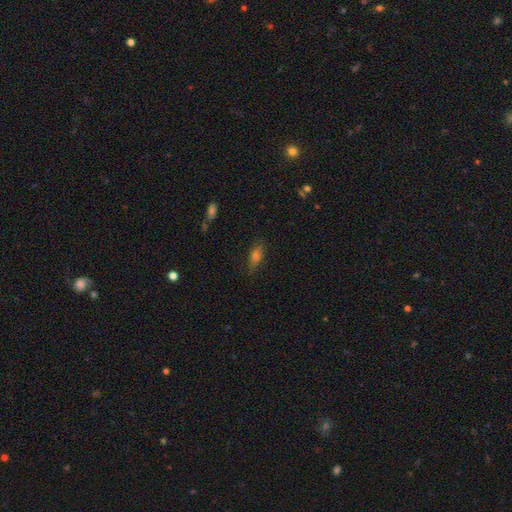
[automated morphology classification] The model was most divided on "smooth or featured": smooth: 57%, star or artifact: 23%, featured or disk: 20%. More confident: merging — none (79%); how rounded — in between (65%).